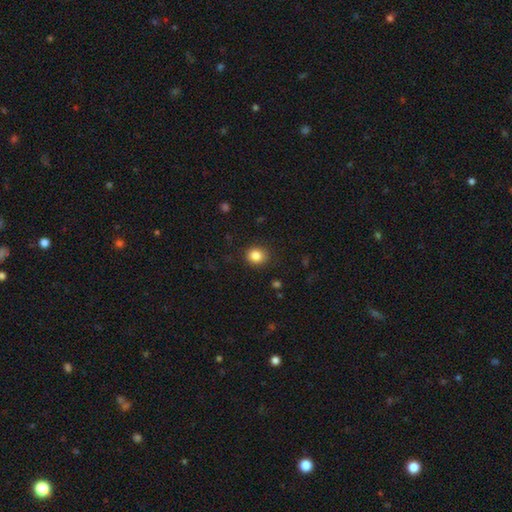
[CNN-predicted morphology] The model was most divided on "how rounded": round: 80%, in between: 20%, cigar-shaped: 1%. More confident: merging — none (88%); smooth or featured — smooth (84%).